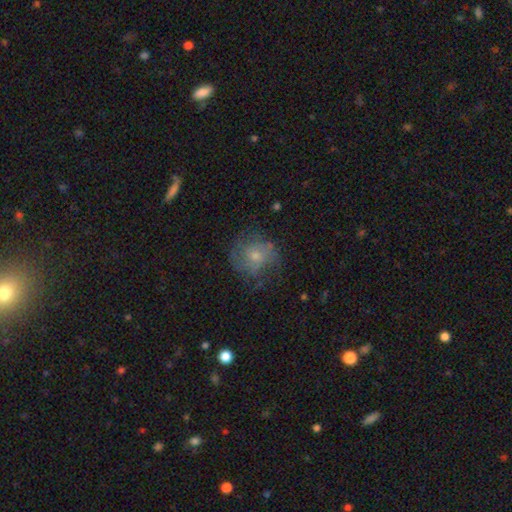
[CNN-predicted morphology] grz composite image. It shows a featured or disk galaxy (53%) with no bar (74%), spiral arms (76%) and a small central bulge (49%). Merging: none (67%).